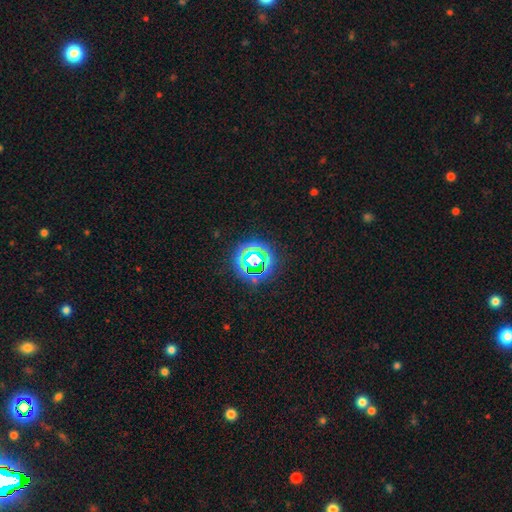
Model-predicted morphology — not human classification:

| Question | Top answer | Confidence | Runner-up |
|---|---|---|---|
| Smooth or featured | star or artifact | 61% | smooth (26%) |